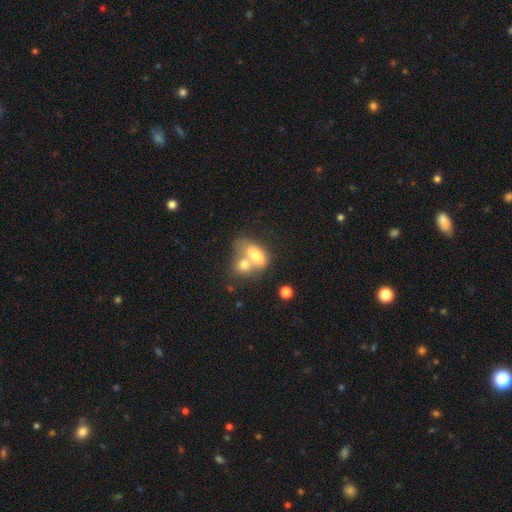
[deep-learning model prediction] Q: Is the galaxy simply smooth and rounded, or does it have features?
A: smooth — 70%.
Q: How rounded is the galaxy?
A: in between — 80%.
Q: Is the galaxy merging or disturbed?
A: merger — 69%.